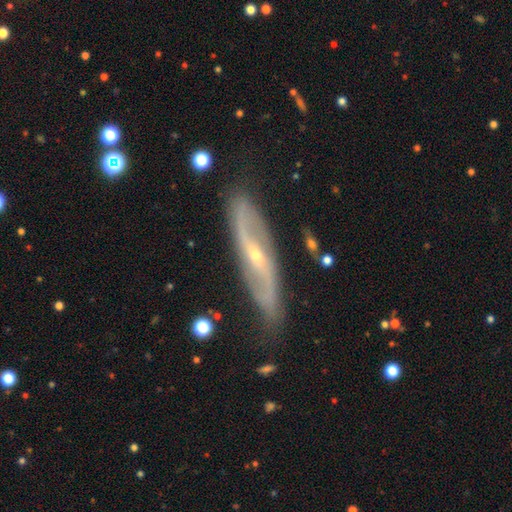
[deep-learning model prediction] Smooth or featured?
  - featured or disk: 85% *
  - smooth: 9%
  - star or artifact: 6%
Edge-on disk?
  - no: 75% *
  - yes: 25%
Bar?
  - no: 38% *
  - weak: 32%
  - strong: 29%
Spiral arms?
  - yes: 92% *
  - no: 8%
Spiral winding?
  - loose: 50% *
  - medium: 33%
  - tight: 18%
Spiral arm count?
  - 2: 89% *
  - can't tell: 6%
  - 1: 1%
  - 3: 1%
  - 4: 1%
  - more than 4: 1%
Bulge size?
  - small: 75% *
  - moderate: 22%
  - none: 1%
  - large: 1%
  - dominant: 1%
Merging?
  - none: 80% *
  - minor disturbance: 14%
  - major disturbance: 4%
  - merger: 2%